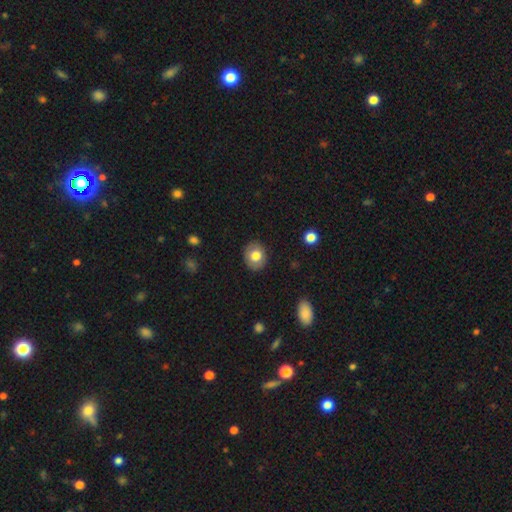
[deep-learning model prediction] A smooth galaxy with no disk features (76%) that is round (56%).

Vote fractions:
- Smooth or featured? smooth: 76% / featured or disk: 16% / star or artifact: 8%
- How rounded? round: 56% / in between: 43% / cigar-shaped: 1%
- Merging? none: 87% / minor disturbance: 10% / major disturbance: 2% / merger: 1%